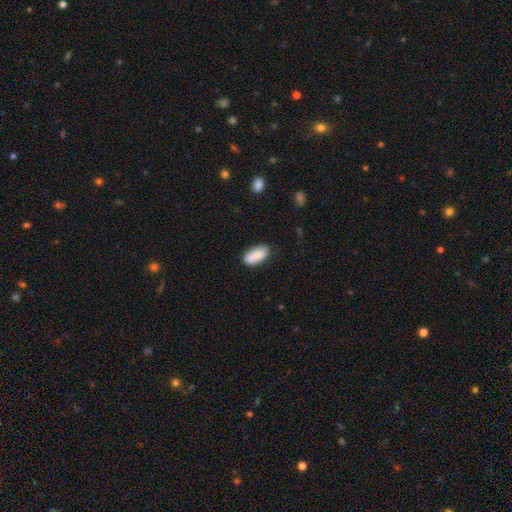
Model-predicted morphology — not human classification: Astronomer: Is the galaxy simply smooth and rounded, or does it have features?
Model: smooth — 85%.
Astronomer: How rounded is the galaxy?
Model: in between — 89%.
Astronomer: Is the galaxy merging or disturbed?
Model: none — 78%.